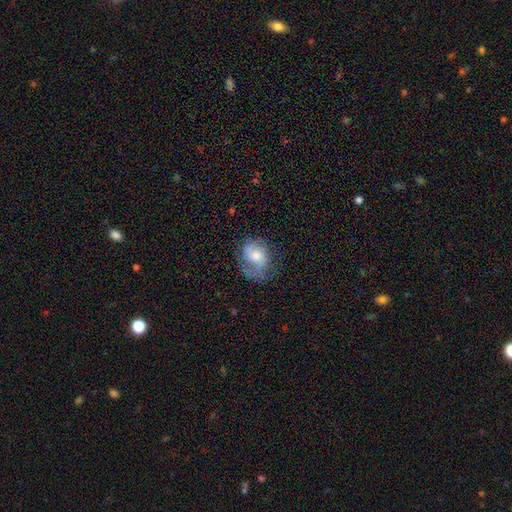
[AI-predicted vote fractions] A featured or disk galaxy (53%) with no bar (67%), spiral arms (82%) and a moderate central bulge (54%).

Vote fractions:
- Smooth or featured? featured or disk: 53% / smooth: 38% / star or artifact: 8%
- Edge-on disk? no: 97% / yes: 3%
- Bar? no: 67% / weak: 28% / strong: 5%
- Spiral arms? yes: 82% / no: 18%
- Bulge size? moderate: 54% / small: 22% / large: 18% / none: 5% / dominant: 2%
- Merging? none: 55% / minor disturbance: 25% / major disturbance: 18% / merger: 2%